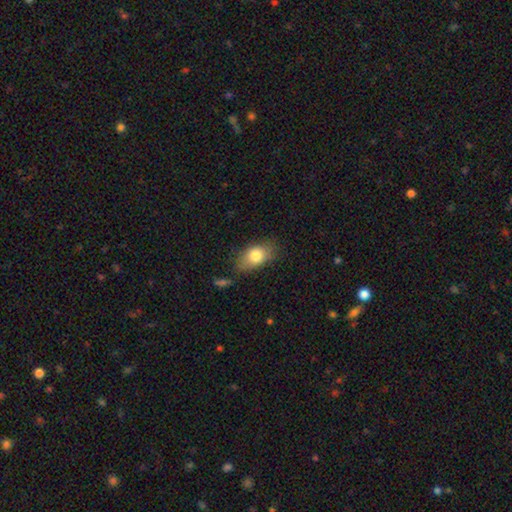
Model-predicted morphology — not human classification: smooth_or_featured: smooth (p=0.79) [alt: featured or disk p=0.13]
how_rounded: in between (p=0.85) [alt: round p=0.12]
merging: none (p=0.71) [alt: minor disturbance p=0.20]